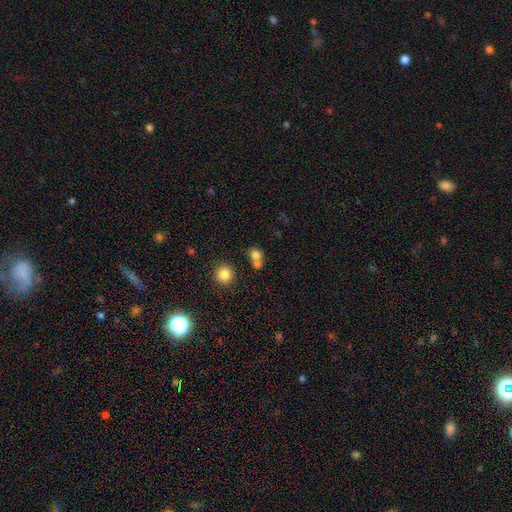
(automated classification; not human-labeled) Smooth or featured?
  - smooth: 77% *
  - star or artifact: 13%
  - featured or disk: 11%
How rounded?
  - round: 72% *
  - in between: 26%
  - cigar-shaped: 1%
Merging?
  - merger: 49% *
  - none: 40%
  - minor disturbance: 8%
  - major disturbance: 4%